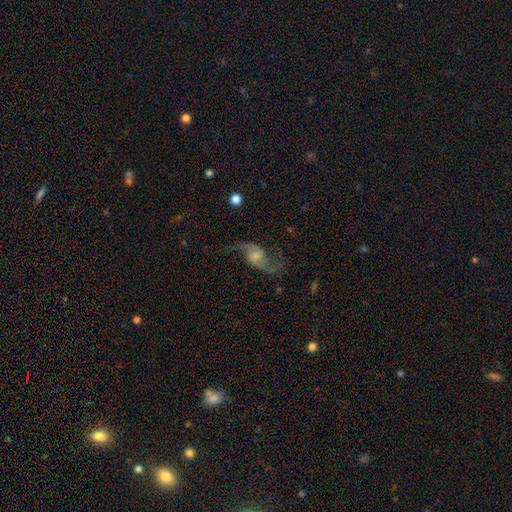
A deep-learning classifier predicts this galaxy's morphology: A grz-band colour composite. It shows a featured or disk galaxy (86%) with no bar (61%), 2 (93%) loose (75%) spiral arms (96%) and a small central bulge (44%). Merging: none (73%).